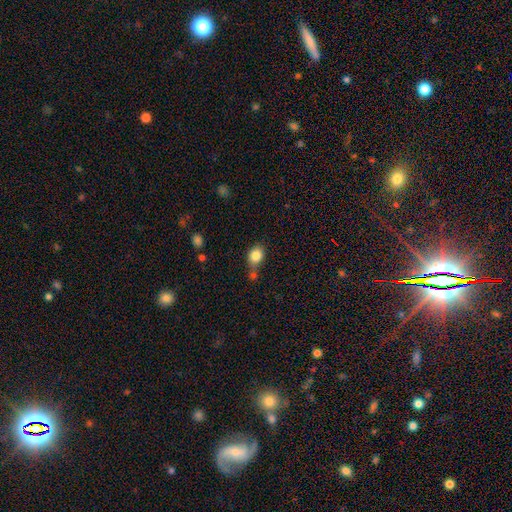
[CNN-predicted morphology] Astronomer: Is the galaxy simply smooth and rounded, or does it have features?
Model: smooth — 84%.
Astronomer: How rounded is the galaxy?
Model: round — 58% (runner-up: in between, 40%).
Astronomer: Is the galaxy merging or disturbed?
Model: none — 51%.